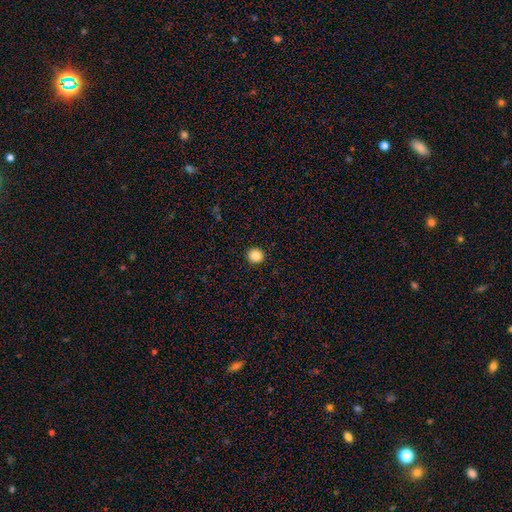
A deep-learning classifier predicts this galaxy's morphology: Smooth or featured: smooth — 87% (star or artifact — 10%)
How rounded: round — 92% (in between — 7%)
Merging: none — 93% (minor disturbance — 5%)